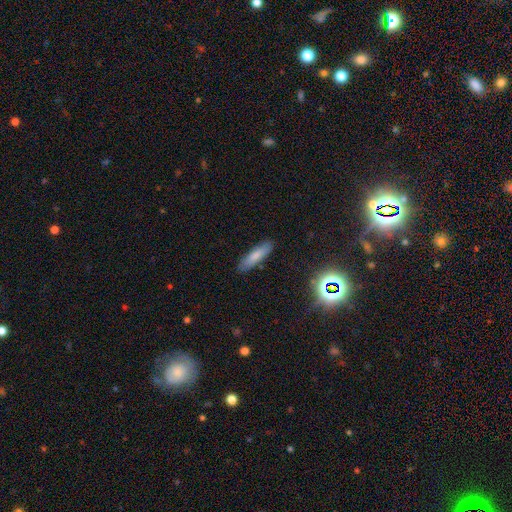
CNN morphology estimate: This appears to be a smooth galaxy with no disk features (78%) that is cigar-shaped (66%). Merging: none (86%).